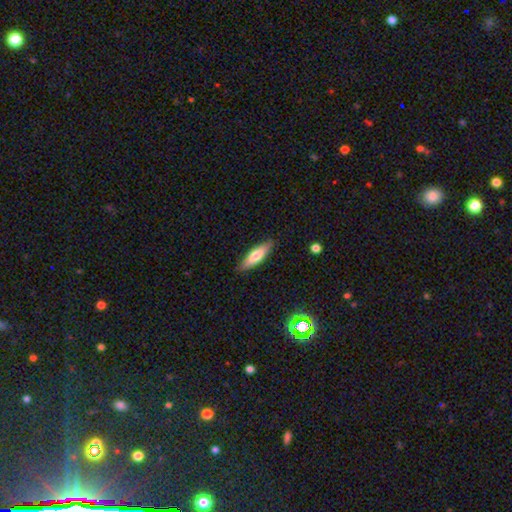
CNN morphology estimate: smooth_or_featured: smooth (p=0.65) [alt: featured or disk p=0.28]
how_rounded: cigar-shaped (p=0.58) [alt: in between p=0.40]
merging: none (p=0.87) [alt: minor disturbance p=0.10]